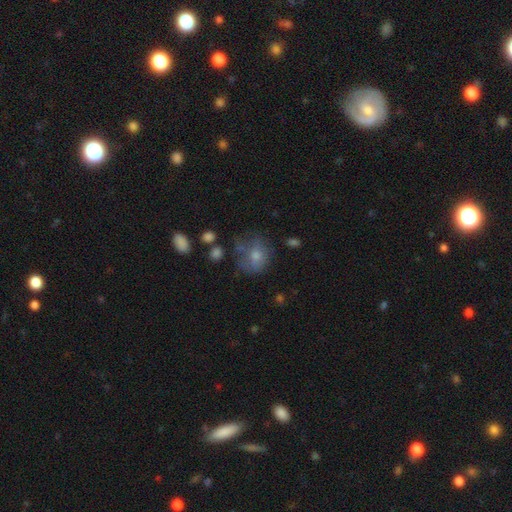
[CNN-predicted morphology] Overall: smooth (60%; featured or disk 25%). How rounded: round (65%; in between 34%). Merging: none (49%; minor disturbance 25%).